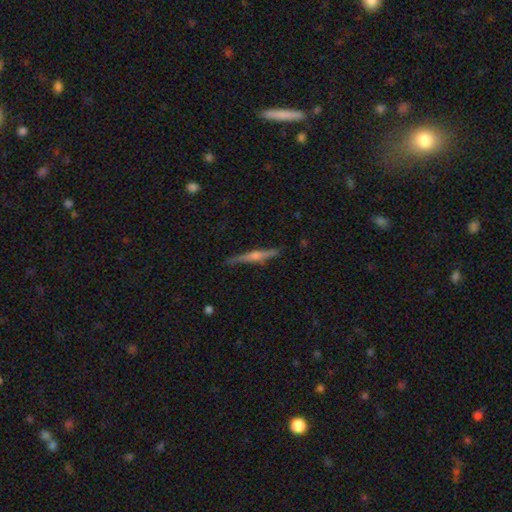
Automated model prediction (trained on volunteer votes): smooth_or_featured: featured or disk (p=0.78) [alt: smooth p=0.16]
disk_edge_on: yes (p=0.98) [alt: no p=0.02]
edge_on_bulge: rounded (p=0.84) [alt: none p=0.08]
merging: none (p=0.90) [alt: minor disturbance p=0.07]